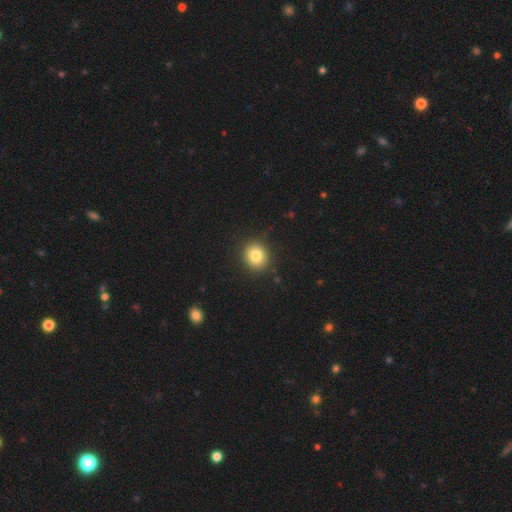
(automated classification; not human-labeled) Smooth or featured? Predicted: smooth (p=0.82). How rounded? Predicted: round (p=0.82). Merging? Predicted: none (p=0.90).